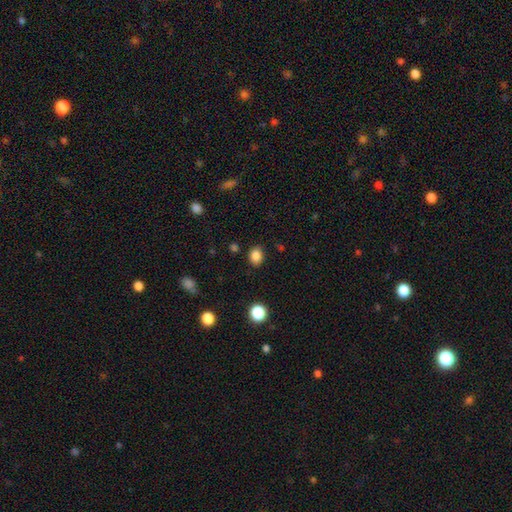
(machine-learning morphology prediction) Smooth or featured? Predicted: smooth (p=0.84). How rounded? Predicted: round (p=0.50). Merging? Predicted: none (p=0.85).